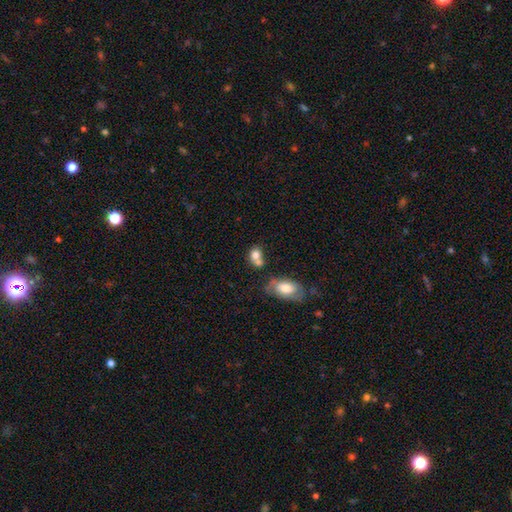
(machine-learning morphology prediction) type=smooth (77%); roundness=round (51%); merging=merger (48%).